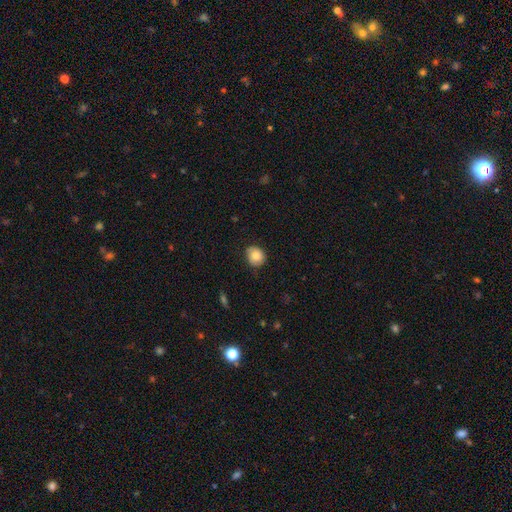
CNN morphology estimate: Smooth or featured? smooth (83%)
How rounded? round (70%)
Merging? none (79%)